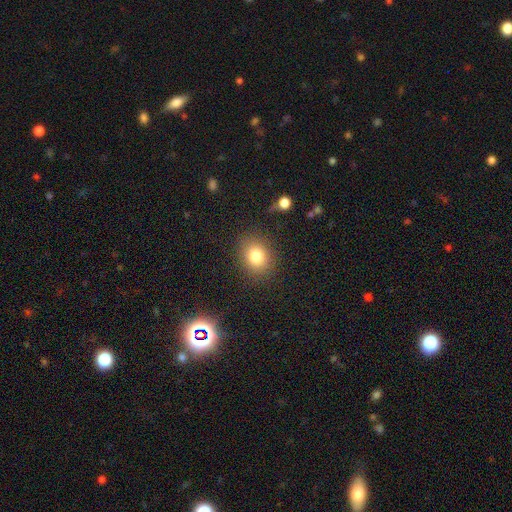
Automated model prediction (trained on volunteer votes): smooth 81%, star or artifact 11%, featured or disk 8%. Down the decision tree: how rounded — round (59%); merging — none (84%).